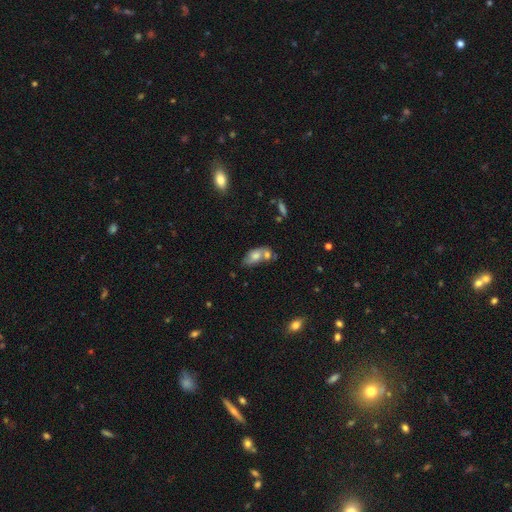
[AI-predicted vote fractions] Overall: smooth (57%; featured or disk 34%). How rounded: in between (85%). Merging: merger (44%; none 33%).